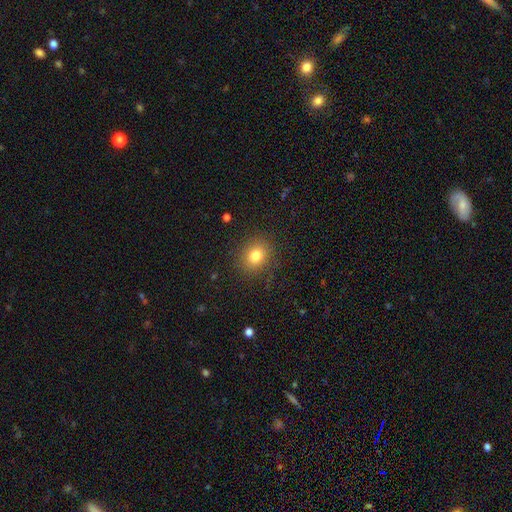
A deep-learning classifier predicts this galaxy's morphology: Smooth or featured: smooth — 80% (star or artifact — 12%)
How rounded: round — 66% (in between — 33%)
Merging: none — 86% (minor disturbance — 9%)